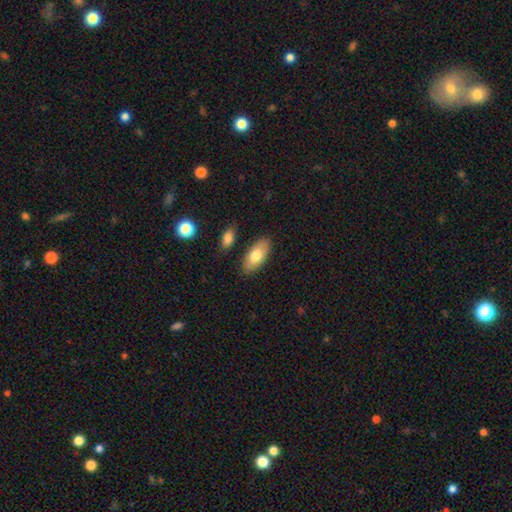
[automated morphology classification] This is likely a smooth galaxy (77%). How rounded: clearly in between (91%). Merging: clearly none (85%).